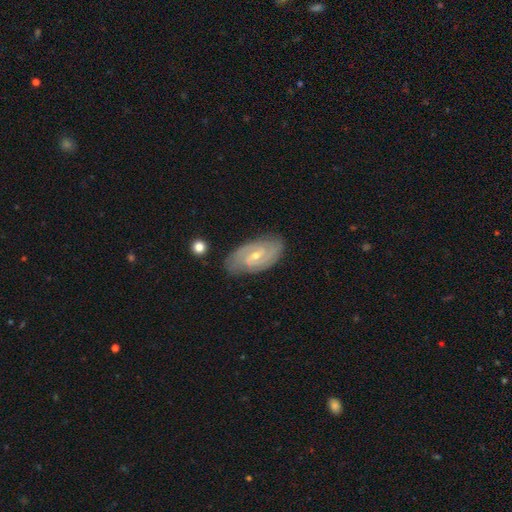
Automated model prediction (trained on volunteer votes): smooth-or-featured: featured or disk: 80% | smooth: 14% | star or artifact: 6%
  disk-edge-on: no: 94% | yes: 6%
    bar: weak: 52% | no: 32% | strong: 16%
    has-spiral-arms: yes: 92% | no: 8%
      spiral-winding: tight: 53% | medium: 36% | loose: 11%
      spiral-arm-count: 2: 67% | can't tell: 18% | 3: 8% | 4: 3% | 1: 2% | more than 4: 2%
    bulge-size: small: 60% | moderate: 37% | none: 1% | large: 1% | dominant: 1%
  merging: none: 82% | minor disturbance: 14% | major disturbance: 3% | merger: 2%